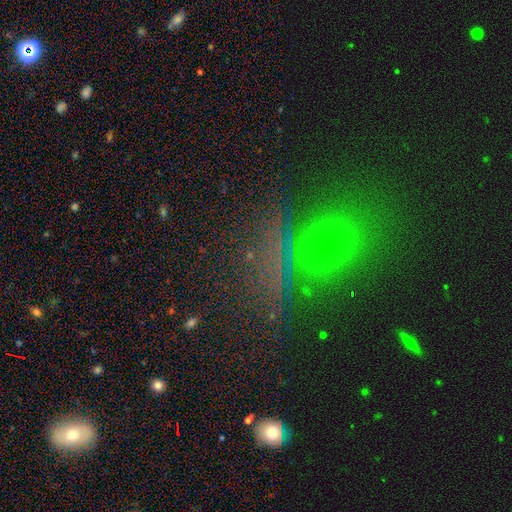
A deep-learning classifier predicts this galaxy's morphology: Smooth or featured?
  - star or artifact: 46% *
  - smooth: 37%
  - featured or disk: 17%